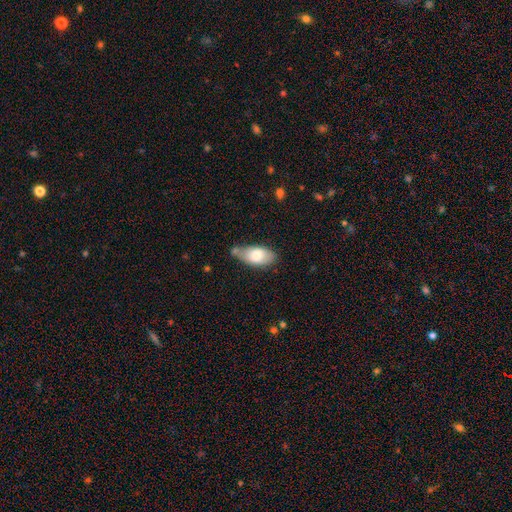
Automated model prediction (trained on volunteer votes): Smooth or featured? Predicted: smooth (p=0.75). How rounded? Predicted: in between (p=0.91). Merging? Predicted: none (p=0.49).